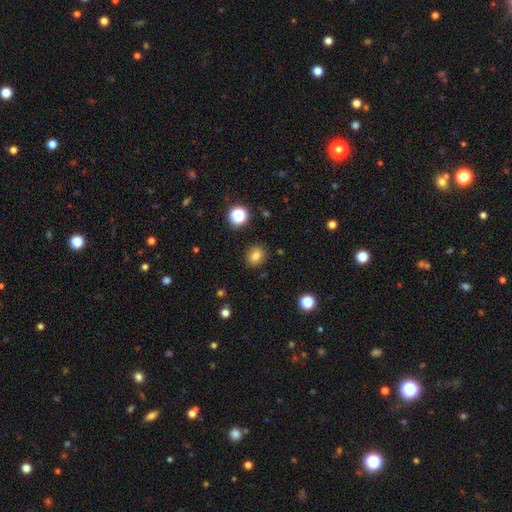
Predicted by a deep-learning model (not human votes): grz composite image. It shows a smooth galaxy with no disk features (80%) that is round (63%). Merging: none (87%).